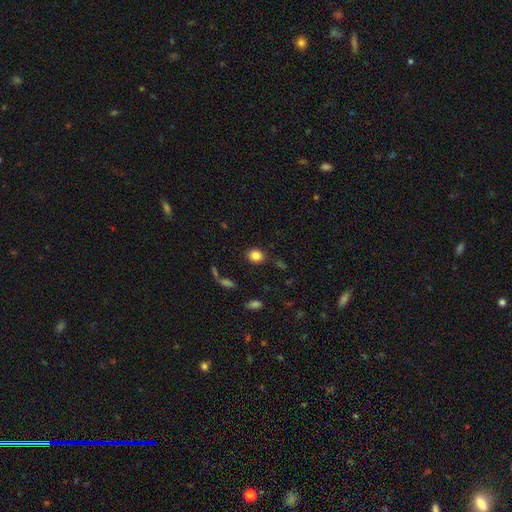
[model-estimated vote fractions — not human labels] Overall: smooth (84%). How rounded: round (65%; in between 33%). Merging: none (85%).